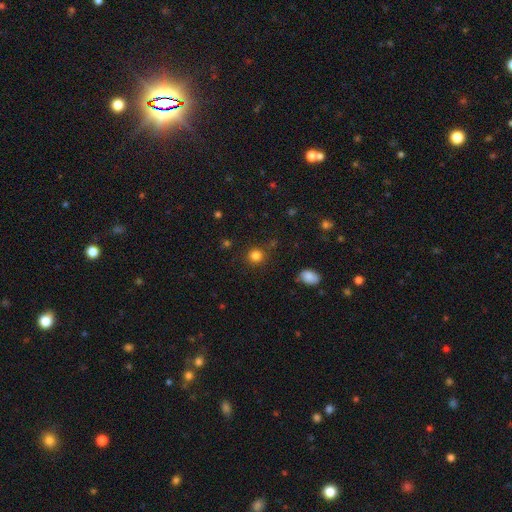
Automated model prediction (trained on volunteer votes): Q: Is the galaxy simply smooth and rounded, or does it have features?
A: smooth — 82%.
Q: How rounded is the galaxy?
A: round — 91%.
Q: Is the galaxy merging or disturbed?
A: none — 87%.